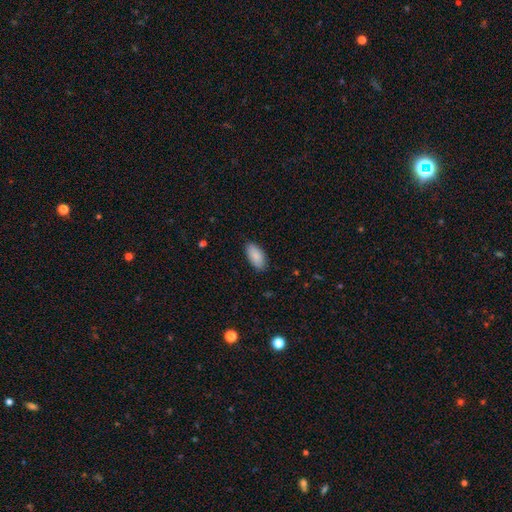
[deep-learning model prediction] Smooth or featured? smooth (88%)
How rounded? in between (94%)
Merging? none (86%)